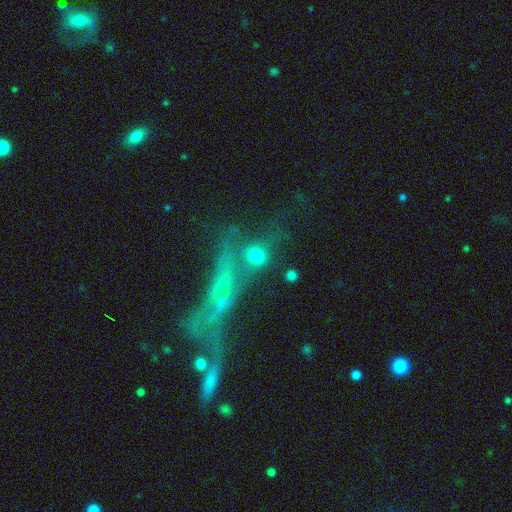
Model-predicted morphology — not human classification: The model was most divided on "merging": none: 49%, merger: 23%, minor disturbance: 15%, major disturbance: 13%. More confident: smooth or featured — smooth (65%); how rounded — round (62%).